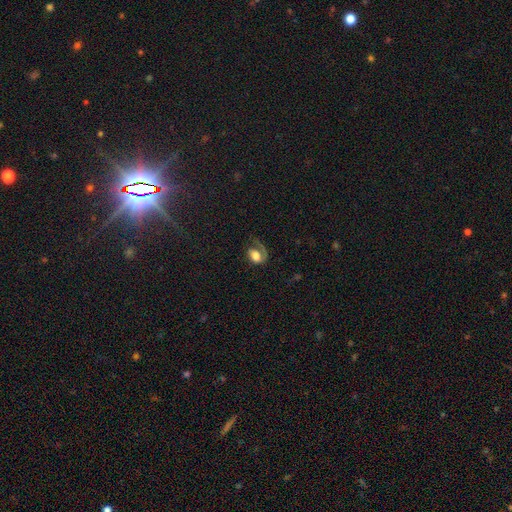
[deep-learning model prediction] This is possibly a featured or disk galaxy (46%). Merging: marginally none (40%).